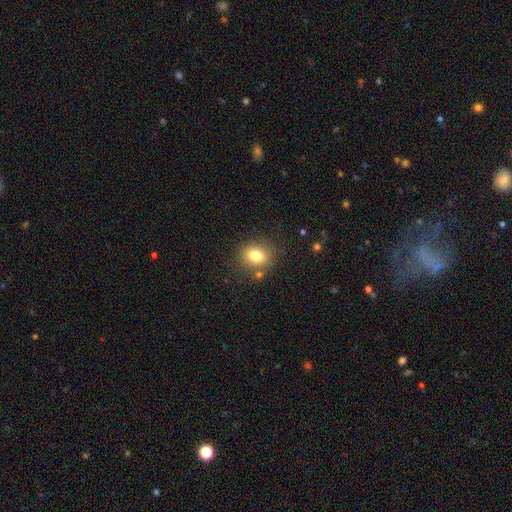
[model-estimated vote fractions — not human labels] Smooth or featured? Predicted: smooth (p=0.80). How rounded? Predicted: round (p=0.51). Merging? Predicted: none (p=0.80).